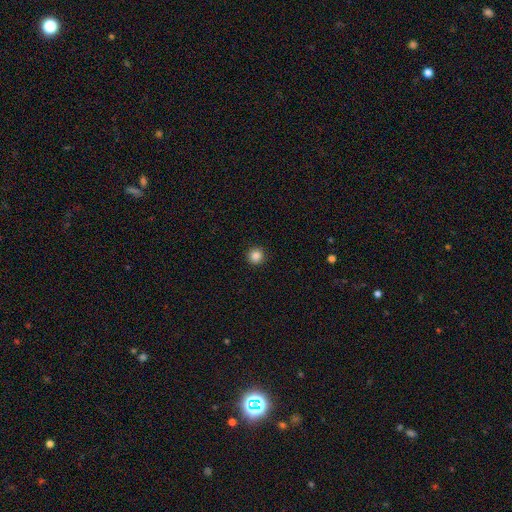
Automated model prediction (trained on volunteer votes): smooth-or-featured: smooth: 86% | star or artifact: 11% | featured or disk: 3%
  how-rounded: round: 95% | in between: 4% | cigar-shaped: 1%
  merging: none: 92% | minor disturbance: 5% | major disturbance: 2% | merger: 1%